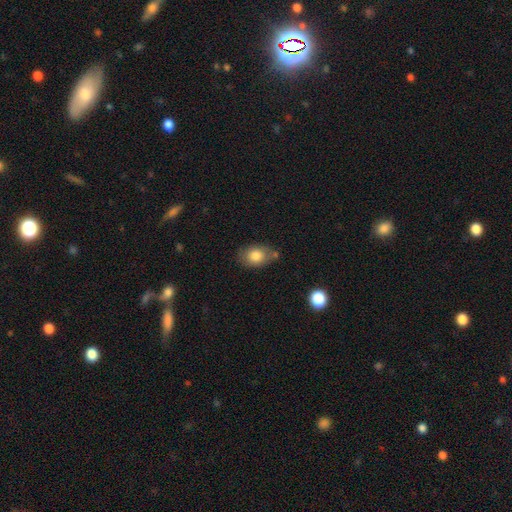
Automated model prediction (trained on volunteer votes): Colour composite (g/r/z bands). It shows a smooth galaxy with no disk features (81%) that is in between round and cigar-shaped (76%). Merging: none (65%).